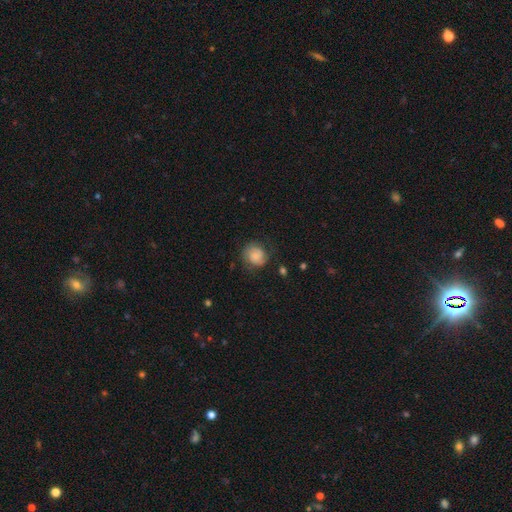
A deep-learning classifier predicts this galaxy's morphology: Smooth or featured?
  - smooth: 62% *
  - featured or disk: 29%
  - star or artifact: 9%
How rounded?
  - round: 78% *
  - in between: 21%
  - cigar-shaped: 1%
Merging?
  - none: 67% *
  - minor disturbance: 22%
  - major disturbance: 10%
  - merger: 2%